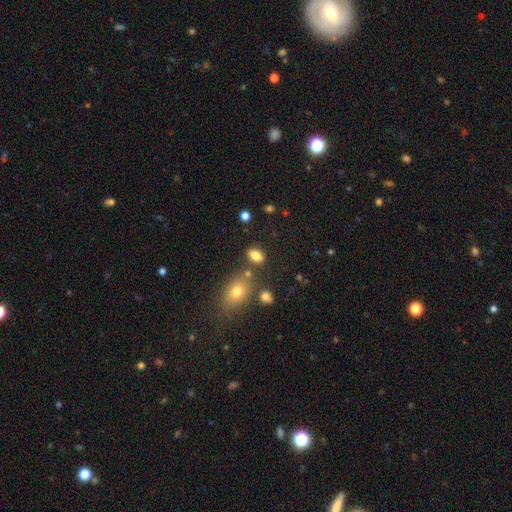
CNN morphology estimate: smooth_or_featured: smooth (p=0.82) [alt: star or artifact p=0.11]
how_rounded: in between (p=0.86) [alt: round p=0.11]
merging: none (p=0.72) [alt: minor disturbance p=0.13]